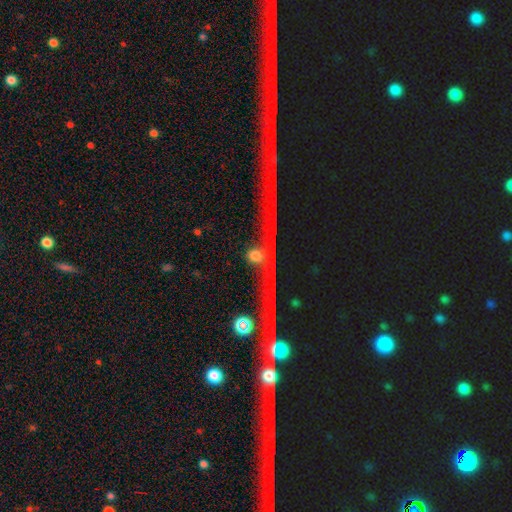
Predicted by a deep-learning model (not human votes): smooth-or-featured: smooth: 41% | star or artifact: 36% | featured or disk: 23%
  merging: none: 43% | merger: 26% | major disturbance: 17% | minor disturbance: 14%